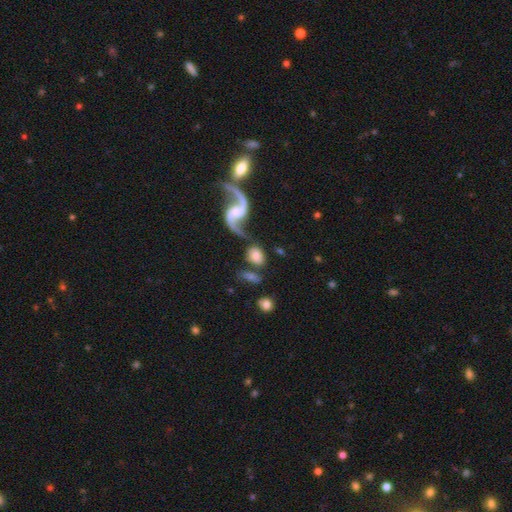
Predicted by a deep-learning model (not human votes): This is possibly a smooth galaxy (46%, tied with featured or disk). Merging: possibly none (54%).